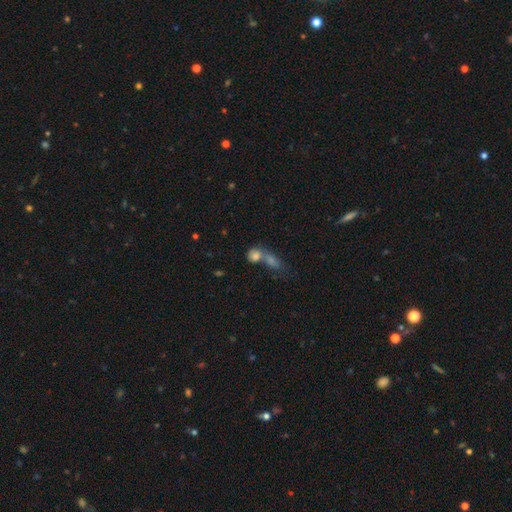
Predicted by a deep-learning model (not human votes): Overall: smooth (78%). How rounded: round (54%; in between 42%). Merging: merger (60%; none 27%).